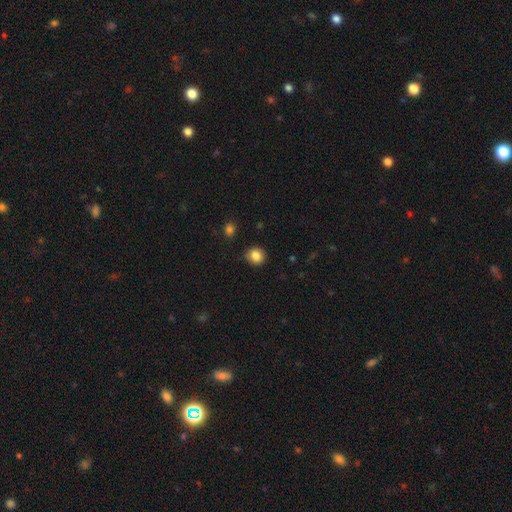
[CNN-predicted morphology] Smooth or featured? Predicted: smooth (p=0.85). How rounded? Predicted: round (p=0.84). Merging? Predicted: none (p=0.87).